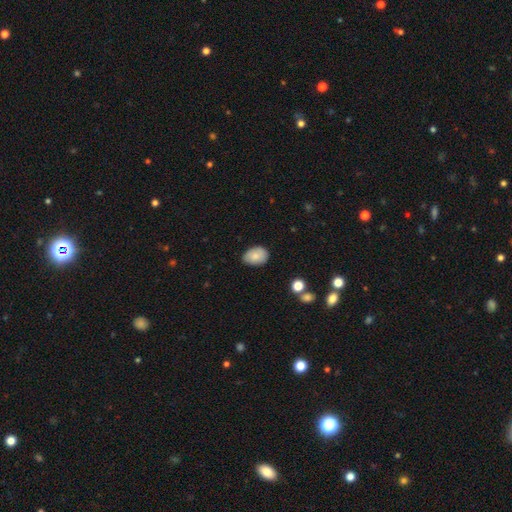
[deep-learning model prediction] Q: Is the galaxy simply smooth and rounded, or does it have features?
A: smooth — 82%.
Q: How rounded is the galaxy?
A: in between — 83%.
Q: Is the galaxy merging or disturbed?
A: none — 78%.